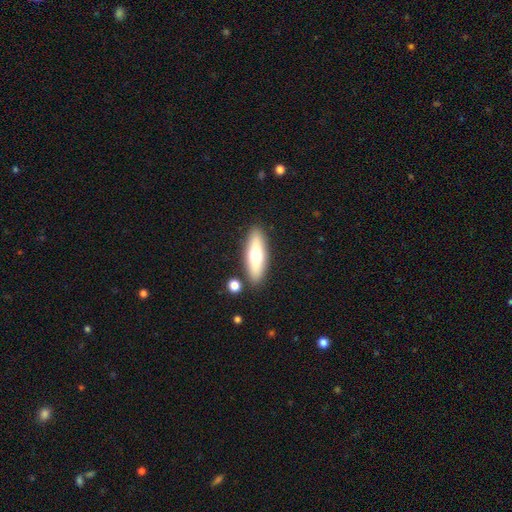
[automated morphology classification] This appears to be a smooth galaxy with no disk features (61%) that is cigar-shaped (51%). Merging: none (85%).